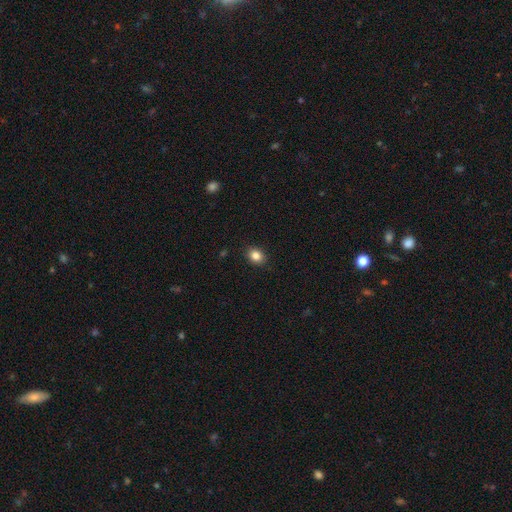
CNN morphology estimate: type=smooth (85%); roundness=in between (55%); merging=none (89%).